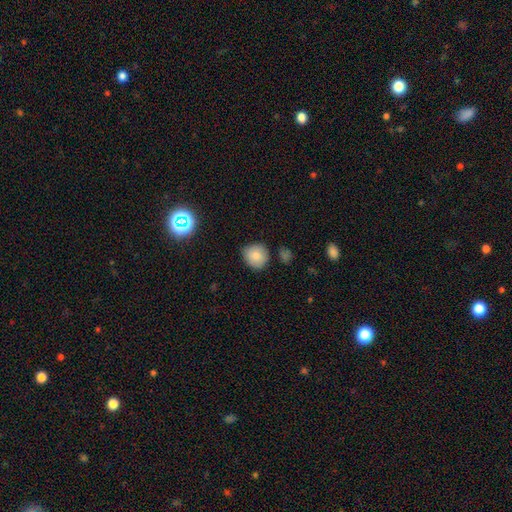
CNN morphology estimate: smooth-or-featured: smooth: 82% | star or artifact: 10% | featured or disk: 8%
  how-rounded: round: 85% | in between: 14% | cigar-shaped: 1%
  merging: none: 76% | minor disturbance: 17% | merger: 3% | major disturbance: 3%